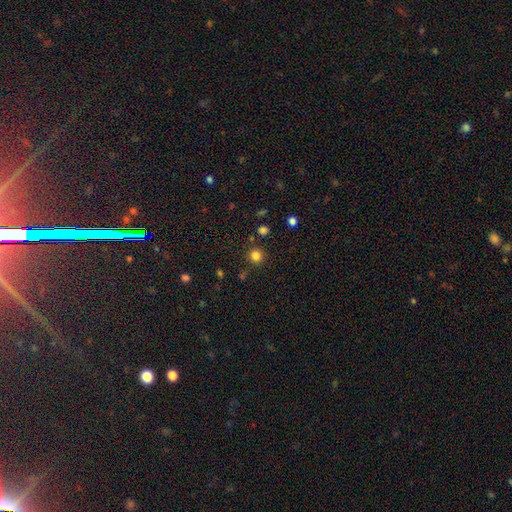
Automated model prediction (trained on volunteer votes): This is clearly a smooth galaxy (82%). How rounded: clearly round (92%). Merging: clearly none (86%).